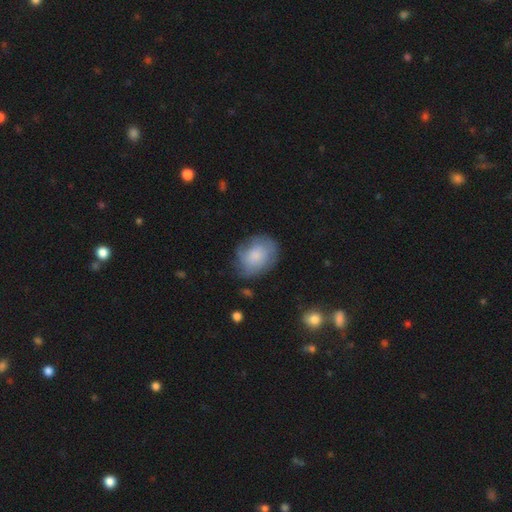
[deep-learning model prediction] smooth-or-featured: smooth: 56% | featured or disk: 36% | star or artifact: 8%
  how-rounded: in between: 51% | round: 48% | cigar-shaped: 1%
  merging: none: 61% | minor disturbance: 26% | major disturbance: 11% | merger: 2%